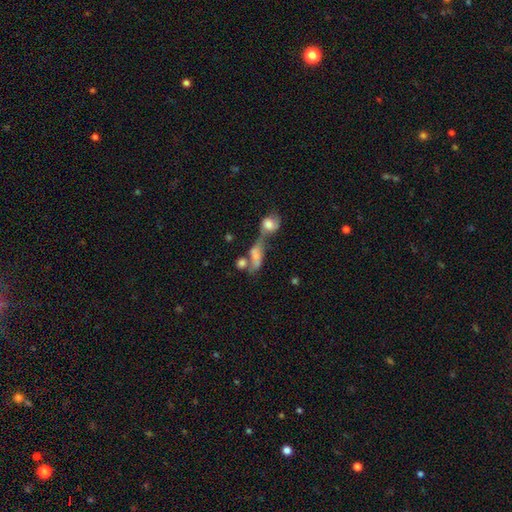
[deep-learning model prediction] Overall: smooth (55%; featured or disk 32%). How rounded: in between (63%). Merging: merger (64%).